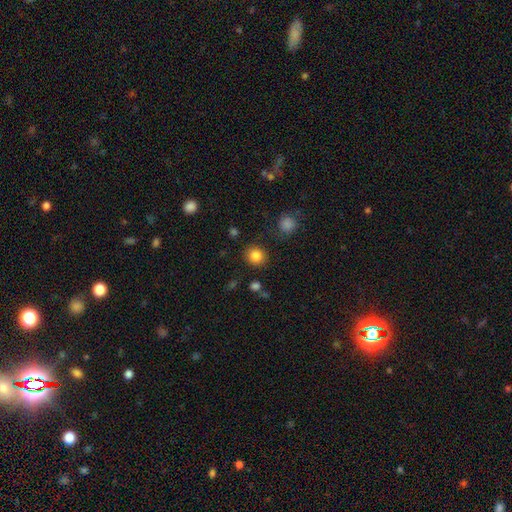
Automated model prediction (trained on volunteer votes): A smooth galaxy with no disk features (84%) that is round (87%). Merging: none (87%).